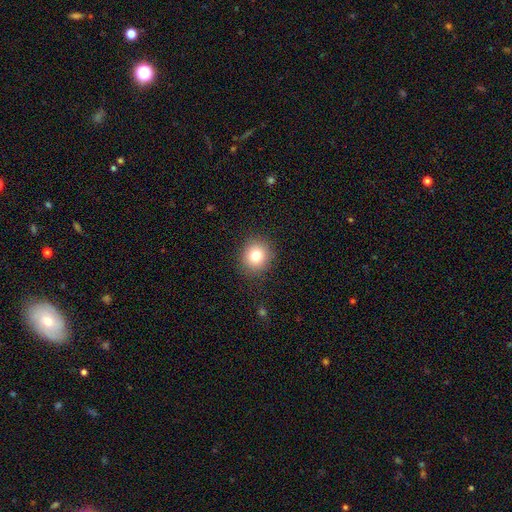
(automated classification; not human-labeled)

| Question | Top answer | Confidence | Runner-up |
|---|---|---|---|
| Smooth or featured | smooth | 79% | star or artifact (12%) |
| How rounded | round | 85% | in between (14%) |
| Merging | none | 89% | minor disturbance (7%) |